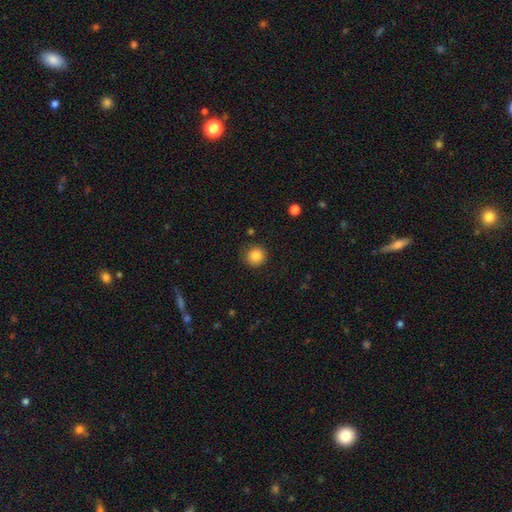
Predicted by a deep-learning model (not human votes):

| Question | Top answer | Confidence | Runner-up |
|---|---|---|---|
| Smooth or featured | smooth | 84% | star or artifact (10%) |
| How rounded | round | 94% | in between (5%) |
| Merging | none | 87% | minor disturbance (9%) |